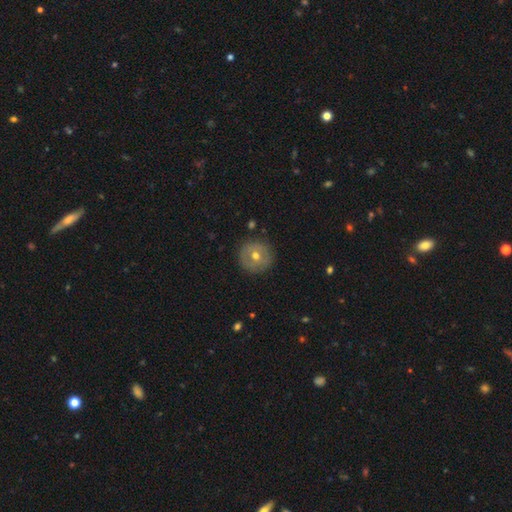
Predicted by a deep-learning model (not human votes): smooth_or_featured: smooth (p=0.49) [alt: featured or disk p=0.42]
merging: none (p=0.88) [alt: minor disturbance p=0.08]